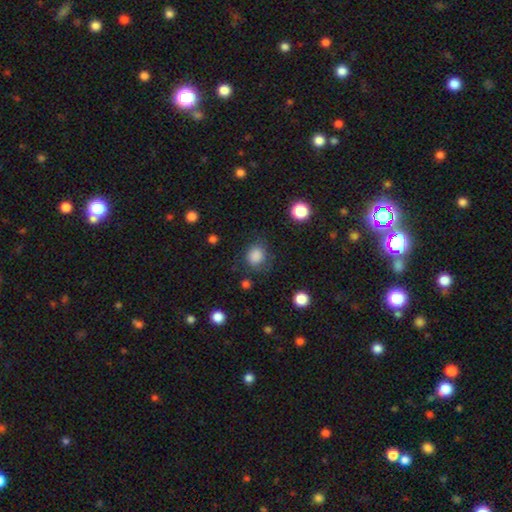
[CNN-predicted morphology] type=smooth (85%); roundness=round (75%); merging=none (75%).